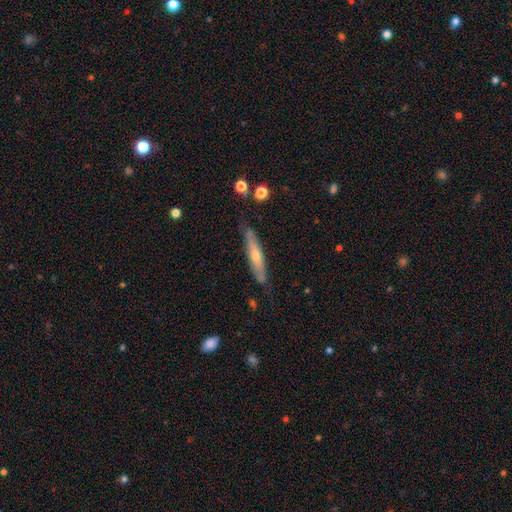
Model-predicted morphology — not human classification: Overall: featured or disk (56%; smooth 38%). Edge-on disk: yes (77%). Merging: none (76%).